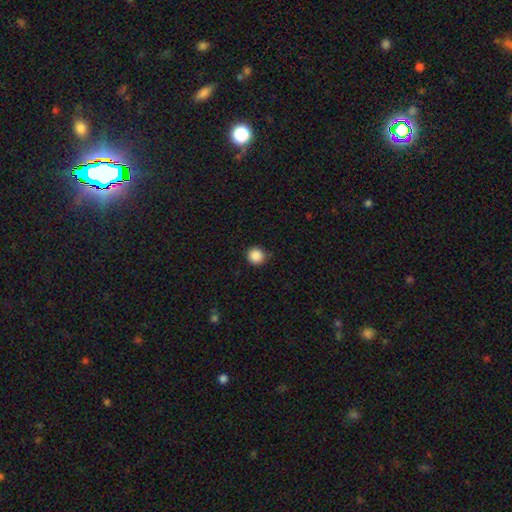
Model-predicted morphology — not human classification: Overall: smooth (88%). How rounded: round (95%). Merging: none (85%).